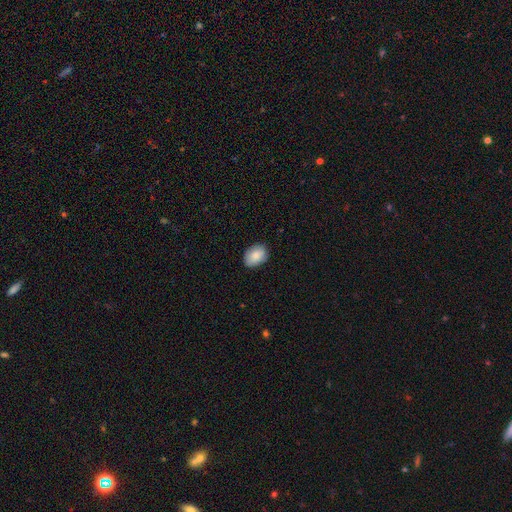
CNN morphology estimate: Smooth or featured?
  - smooth: 86% *
  - featured or disk: 8%
  - star or artifact: 6%
How rounded?
  - in between: 80% *
  - round: 19%
  - cigar-shaped: 1%
Merging?
  - none: 84% *
  - minor disturbance: 12%
  - major disturbance: 2%
  - merger: 1%